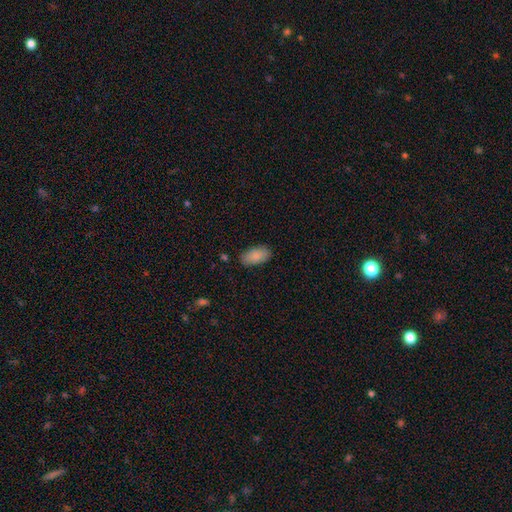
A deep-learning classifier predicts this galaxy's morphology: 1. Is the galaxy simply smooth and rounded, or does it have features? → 88% smooth, 6% star or artifact, 6% featured or disk.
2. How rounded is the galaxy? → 95% in between, 3% round, 2% cigar-shaped.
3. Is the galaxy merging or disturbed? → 85% none, 11% minor disturbance, 2% major disturbance, 1% merger.